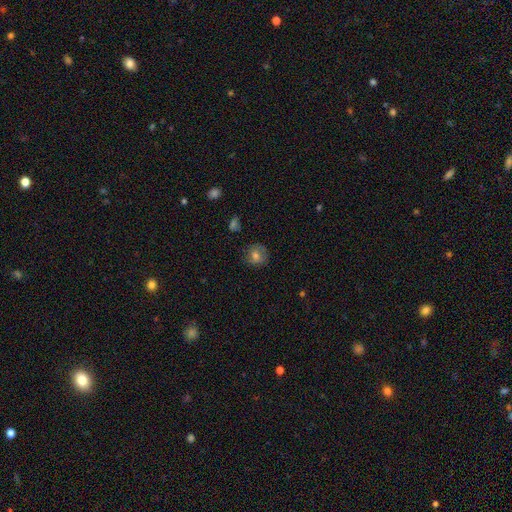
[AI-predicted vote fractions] Overall: smooth (69%). How rounded: round (78%). Merging: none (74%).